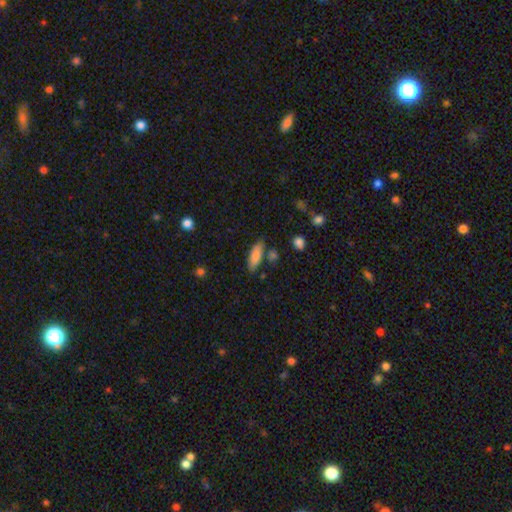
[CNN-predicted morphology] The model was most divided on "how rounded": in between: 66%, cigar-shaped: 32%, round: 2%. More confident: smooth or featured — smooth (83%); merging — none (75%).